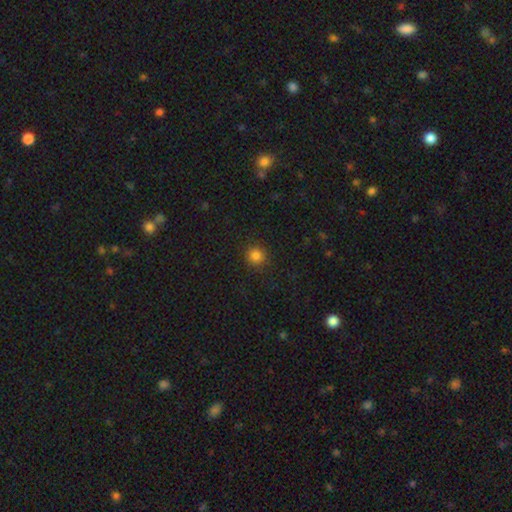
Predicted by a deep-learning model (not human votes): The model was most divided on "smooth or featured": smooth: 83%, star or artifact: 13%, featured or disk: 4%. More confident: how rounded — round (91%); merging — none (89%).